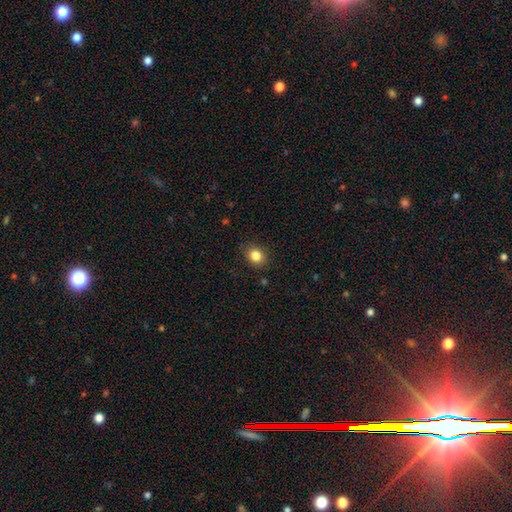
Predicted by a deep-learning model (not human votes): smooth 84%, star or artifact 11%, featured or disk 5%. Down the decision tree: how rounded — round (64%); merging — none (87%).